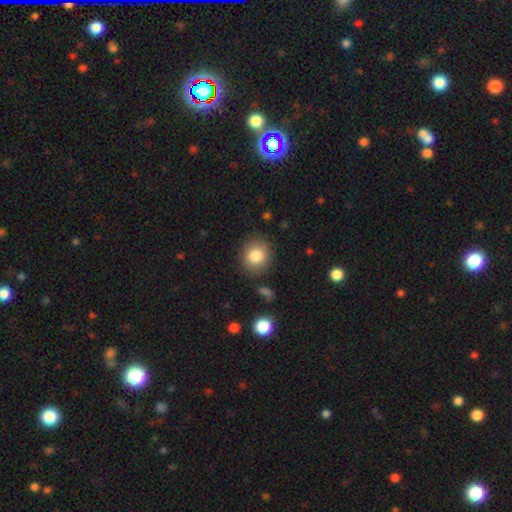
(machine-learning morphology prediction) This appears to be a smooth galaxy with no disk features (83%) that is round (82%). Merging: none (85%).